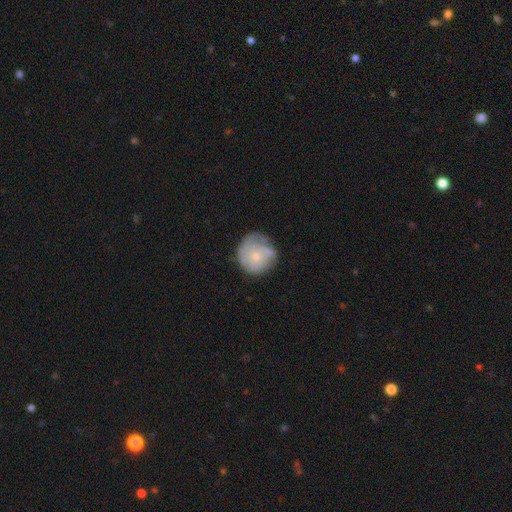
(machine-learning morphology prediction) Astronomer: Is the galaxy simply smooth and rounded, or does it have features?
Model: smooth — 51% (runner-up: featured or disk, 42%).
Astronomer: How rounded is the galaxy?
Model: round — 86%.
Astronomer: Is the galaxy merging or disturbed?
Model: none — 54% (runner-up: minor disturbance, 29%).